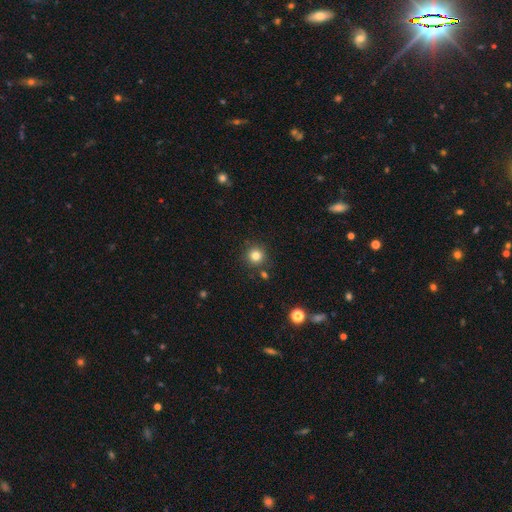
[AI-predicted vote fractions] A smooth galaxy with no disk features (81%) that is round (94%).

Vote fractions:
- Smooth or featured? smooth: 81% / star or artifact: 13% / featured or disk: 6%
- How rounded? round: 94% / in between: 5% / cigar-shaped: 1%
- Merging? none: 86% / minor disturbance: 7% / merger: 5% / major disturbance: 2%